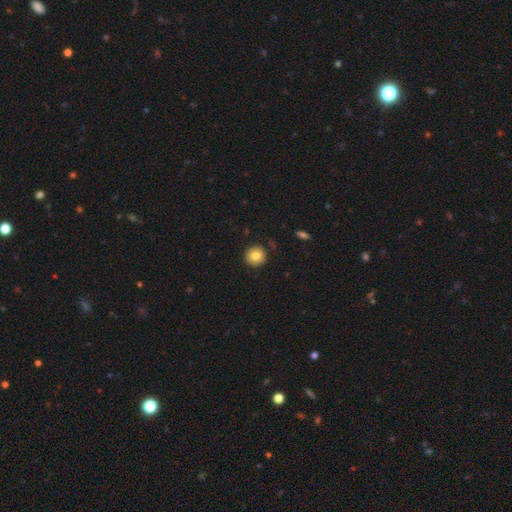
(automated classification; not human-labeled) This is clearly a smooth galaxy (81%). How rounded: clearly round (94%). Merging: clearly none (90%).